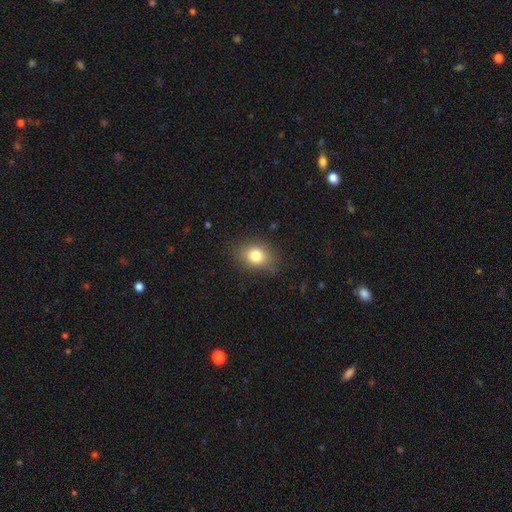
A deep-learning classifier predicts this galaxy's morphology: Smooth or featured?
  - smooth: 80% *
  - star or artifact: 10%
  - featured or disk: 10%
How rounded?
  - in between: 61% *
  - round: 38%
  - cigar-shaped: 1%
Merging?
  - none: 78% *
  - minor disturbance: 17%
  - major disturbance: 4%
  - merger: 1%